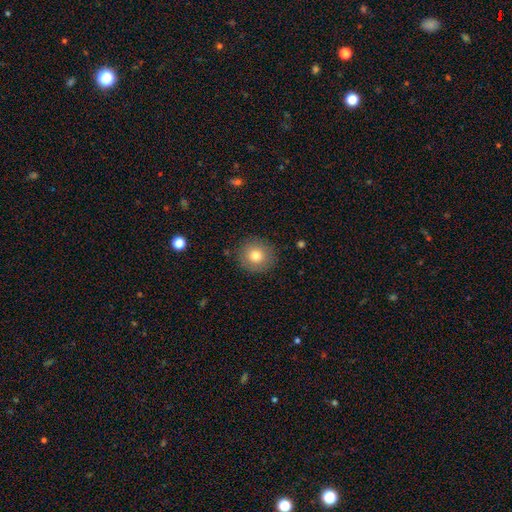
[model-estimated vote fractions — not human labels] This appears to be a smooth galaxy with no disk features (78%) that is round (93%). Merging: none (89%).